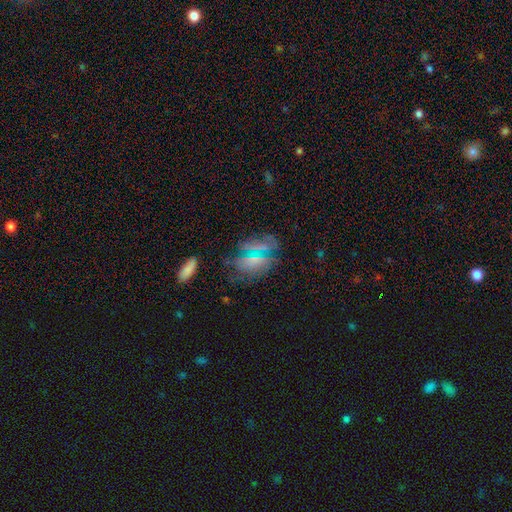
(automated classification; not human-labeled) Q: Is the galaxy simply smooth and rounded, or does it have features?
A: smooth — 47%.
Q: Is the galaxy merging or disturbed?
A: none — 63%.